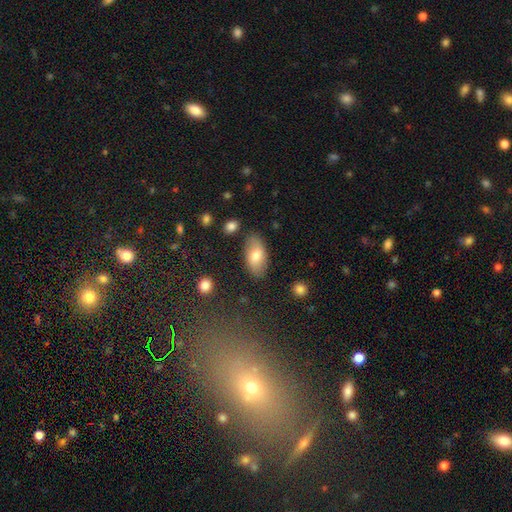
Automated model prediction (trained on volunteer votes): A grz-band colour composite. It shows a smooth galaxy with no disk features (74%) that is in between round and cigar-shaped (94%). Merging: none (80%).